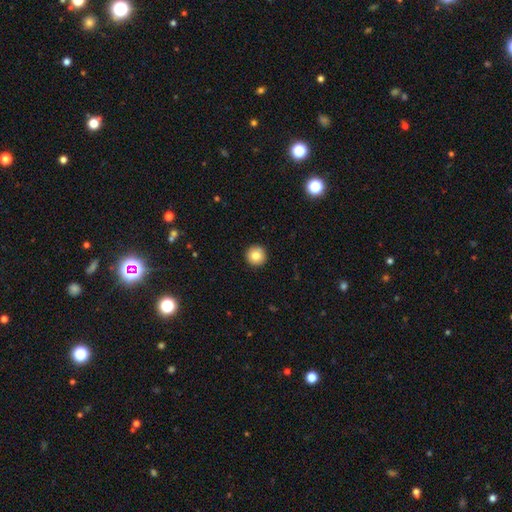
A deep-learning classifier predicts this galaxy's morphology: This appears to be a smooth galaxy with no disk features (83%) that is round (96%). Merging: none (93%).